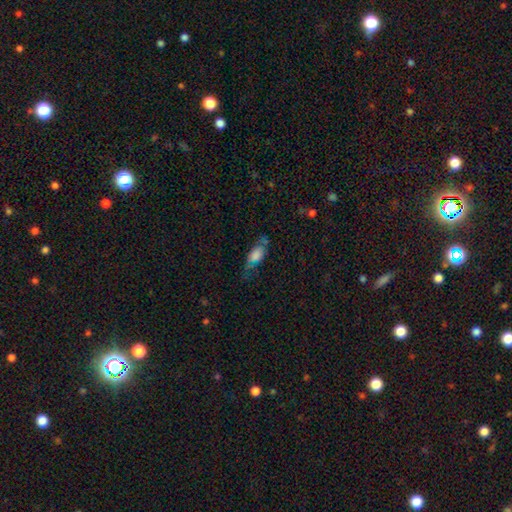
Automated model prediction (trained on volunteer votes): The model was most divided on "merging": none: 47%, minor disturbance: 29%, major disturbance: 19%, merger: 5%. More confident: how rounded — in between (76%); smooth or featured — smooth (64%).